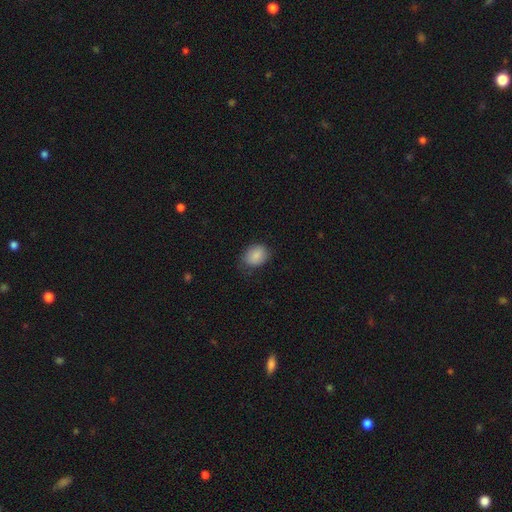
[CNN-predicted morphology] smooth 87%, star or artifact 7%, featured or disk 5%. Down the decision tree: how rounded — in between (64%); merging — none (72%).